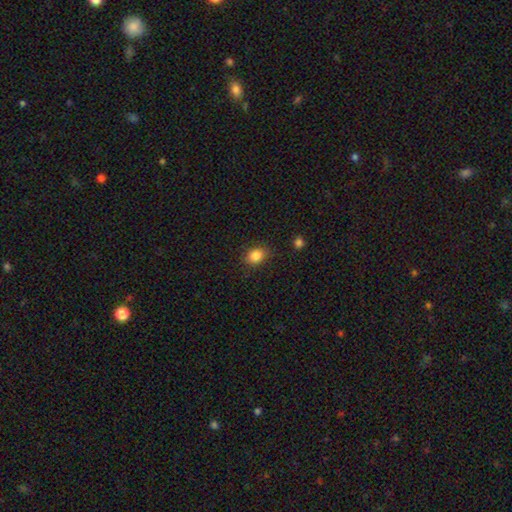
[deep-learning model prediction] Q: Smooth or featured?
A: smooth (85%); runner-up: star or artifact (10%)
Q: How rounded?
A: in between (54%); runner-up: round (45%)
Q: Merging?
A: none (82%); runner-up: minor disturbance (13%)